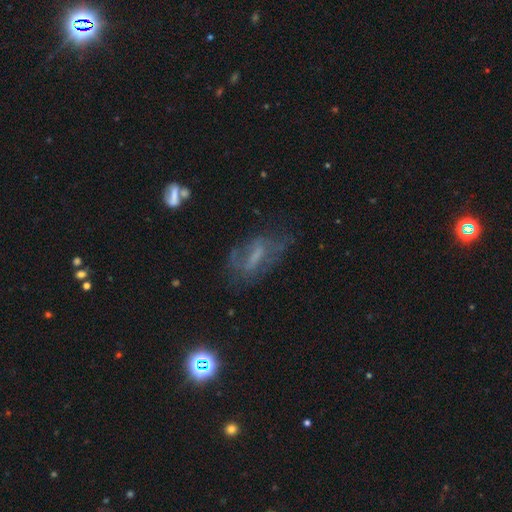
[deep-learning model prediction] This is possibly a featured or disk galaxy (55%). It is clearly not viewed edge-on (87%). Merging: possibly none (53%).